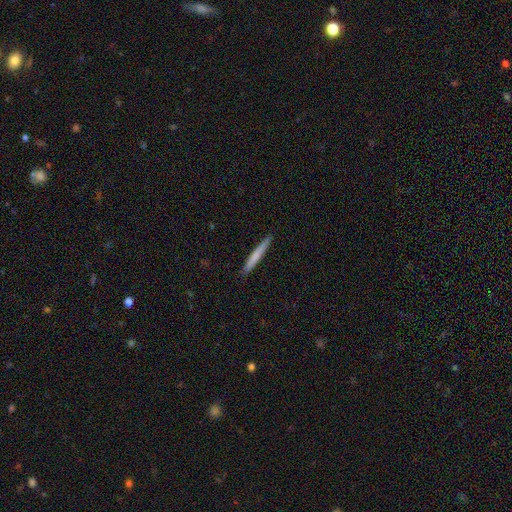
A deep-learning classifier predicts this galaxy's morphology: smooth 71%, featured or disk 24%, star or artifact 5%. Down the decision tree: how rounded — cigar-shaped (97%); merging — none (91%).